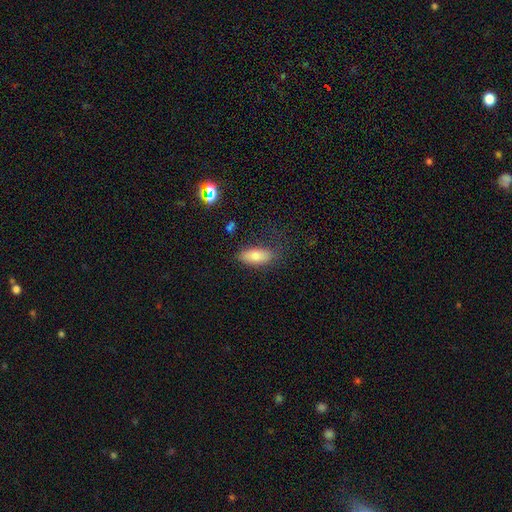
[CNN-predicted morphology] smooth_or_featured: smooth (p=0.79) [alt: featured or disk p=0.12]
how_rounded: in between (p=0.82) [alt: cigar-shaped p=0.15]
merging: none (p=0.72) [alt: minor disturbance p=0.19]